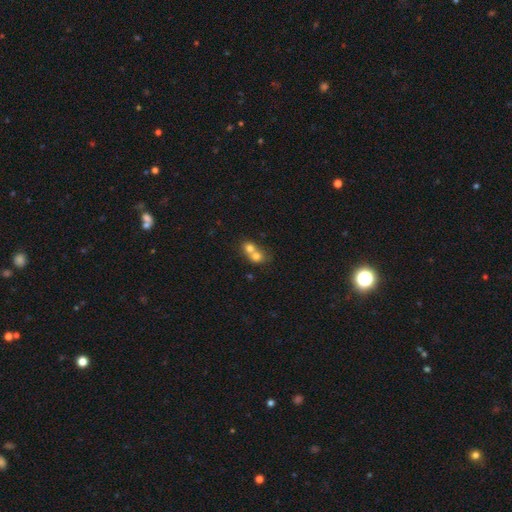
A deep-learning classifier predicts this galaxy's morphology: This appears to be a smooth galaxy with no disk features (69%) that is round (71%). Merging: merger (74%).